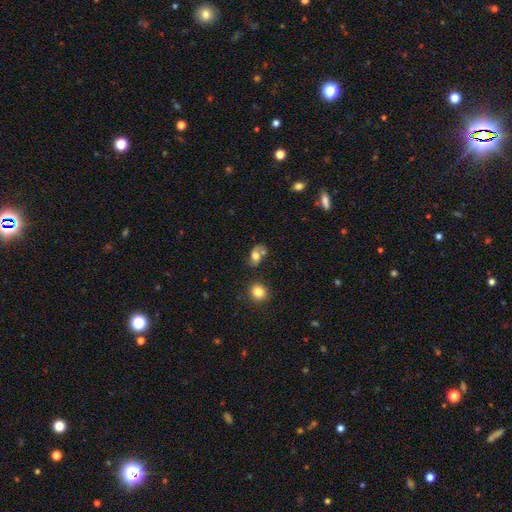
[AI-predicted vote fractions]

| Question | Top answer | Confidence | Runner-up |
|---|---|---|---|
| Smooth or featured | smooth | 53% | featured or disk (37%) |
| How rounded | in between | 76% | round (22%) |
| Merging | none | 46% | minor disturbance (22%) |